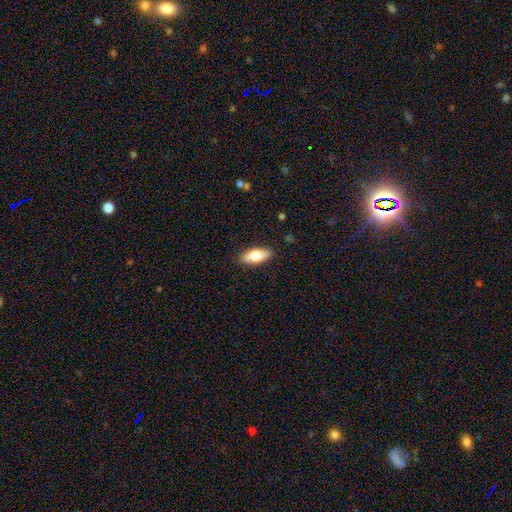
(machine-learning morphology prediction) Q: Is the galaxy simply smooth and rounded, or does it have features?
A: smooth — 72%.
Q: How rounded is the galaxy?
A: in between — 77%.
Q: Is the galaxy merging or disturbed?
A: none — 88%.